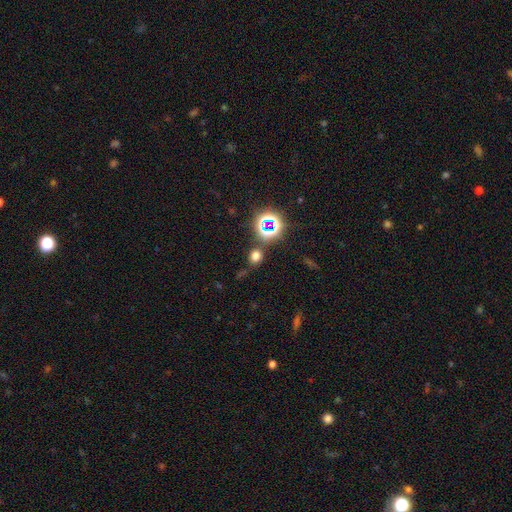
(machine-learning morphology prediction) smooth_or_featured: smooth (p=0.63) [alt: star or artifact p=0.30]
how_rounded: round (p=0.65) [alt: in between p=0.33]
merging: none (p=0.77) [alt: minor disturbance p=0.11]